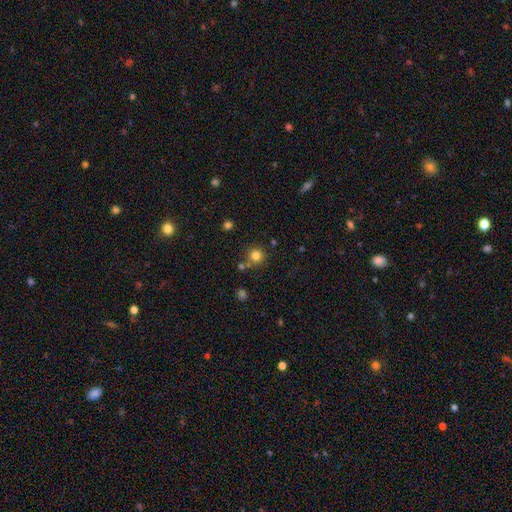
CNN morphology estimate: Smooth or featured: smooth — 80% (star or artifact — 14%)
How rounded: round — 92% (in between — 7%)
Merging: none — 75% (merger — 13%)